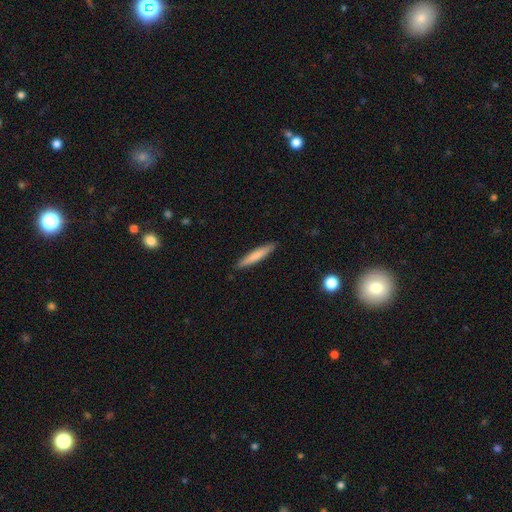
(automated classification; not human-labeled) Smooth or featured? Predicted: smooth (p=0.74). How rounded? Predicted: cigar-shaped (p=0.93). Merging? Predicted: none (p=0.90).